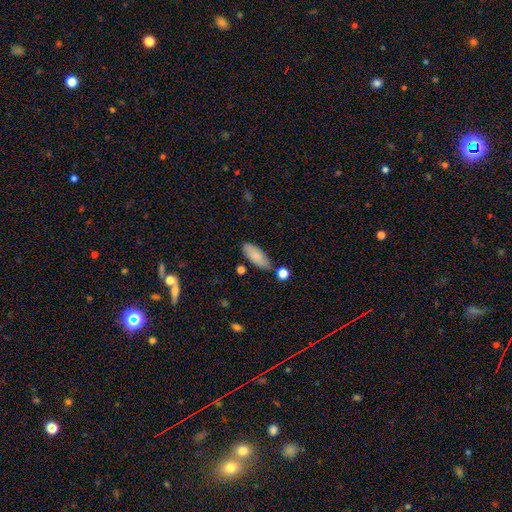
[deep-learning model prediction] Smooth or featured? Predicted: smooth (p=0.83). How rounded? Predicted: in between (p=0.80). Merging? Predicted: none (p=0.74).